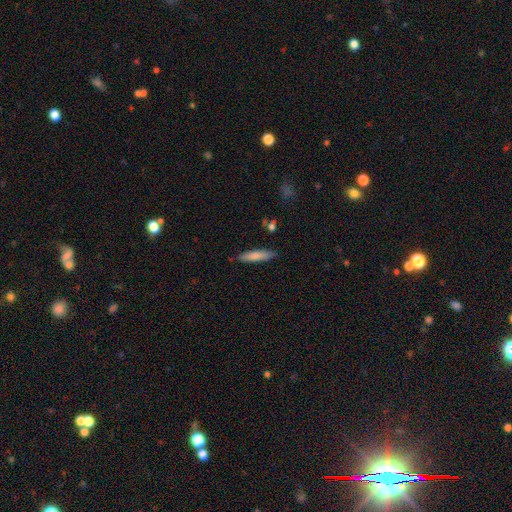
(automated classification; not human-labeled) A smooth galaxy with no disk features (79%) that is cigar-shaped (84%).

Vote fractions:
- Smooth or featured? smooth: 79% / featured or disk: 15% / star or artifact: 6%
- How rounded? cigar-shaped: 84% / in between: 15% / round: 1%
- Merging? none: 86% / minor disturbance: 10% / major disturbance: 2% / merger: 2%